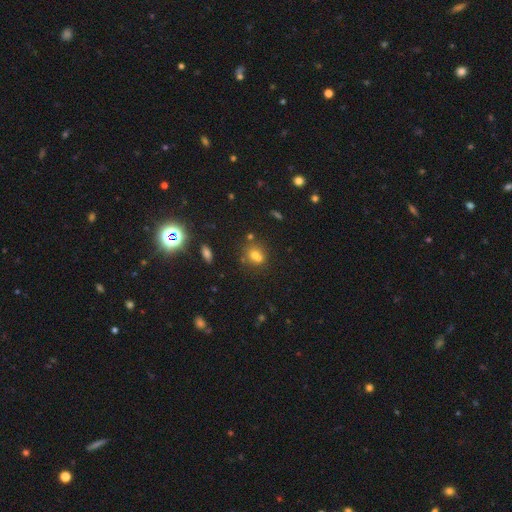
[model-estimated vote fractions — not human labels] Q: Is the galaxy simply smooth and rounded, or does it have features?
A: smooth — 65%.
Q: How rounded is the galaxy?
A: round — 60%.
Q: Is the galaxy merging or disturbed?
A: merger — 43%.